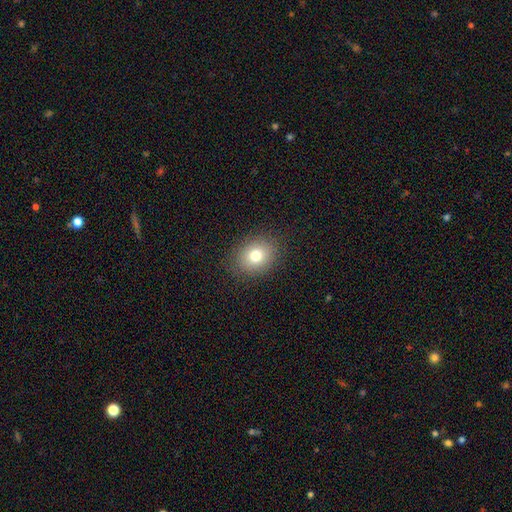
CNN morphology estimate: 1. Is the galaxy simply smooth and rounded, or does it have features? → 77% smooth, 13% star or artifact, 11% featured or disk.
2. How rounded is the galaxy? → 55% round, 44% in between, 1% cigar-shaped.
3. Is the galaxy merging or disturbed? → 87% none, 9% minor disturbance, 3% major disturbance, 1% merger.